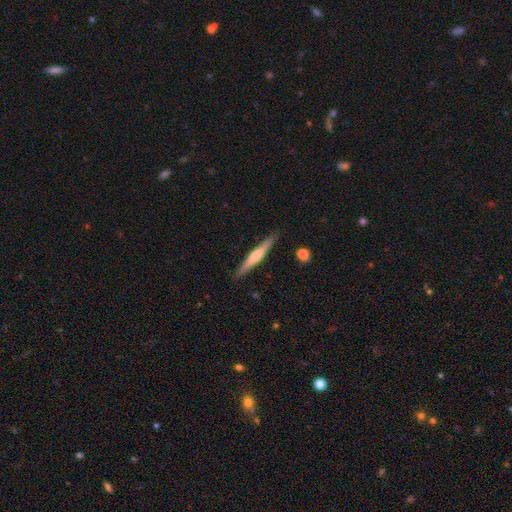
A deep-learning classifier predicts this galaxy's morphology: Smooth or featured?
  - featured or disk: 50% *
  - smooth: 44%
  - star or artifact: 5%
Edge-on disk?
  - yes: 97% *
  - no: 3%
Merging?
  - none: 88% *
  - minor disturbance: 8%
  - major disturbance: 2%
  - merger: 2%